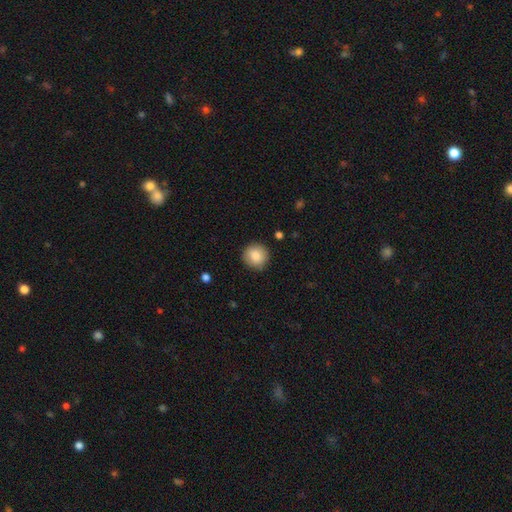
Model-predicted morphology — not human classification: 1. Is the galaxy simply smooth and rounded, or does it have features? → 86% smooth, 8% star or artifact, 7% featured or disk.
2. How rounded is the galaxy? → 93% round, 6% in between, 1% cigar-shaped.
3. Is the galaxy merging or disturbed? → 89% none, 7% minor disturbance, 2% major disturbance, 1% merger.